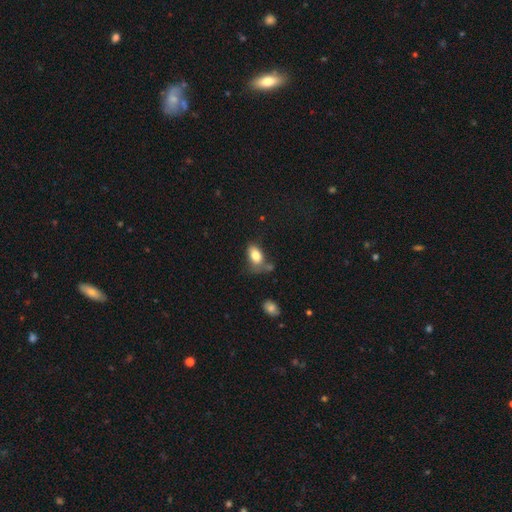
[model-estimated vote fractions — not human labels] A smooth galaxy with no disk features (81%) that is in between round and cigar-shaped (87%). Merging: none (47%).